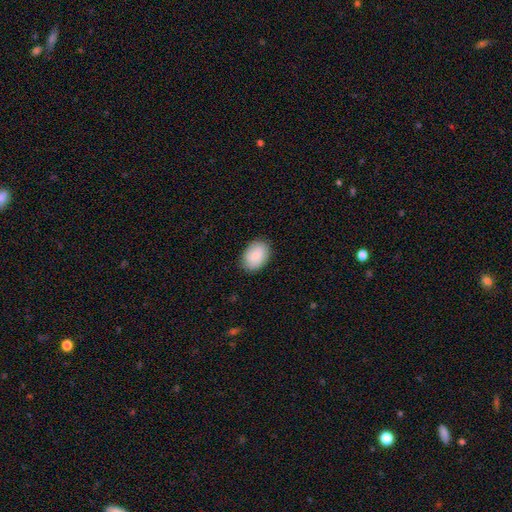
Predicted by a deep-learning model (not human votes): Smooth or featured?
  - smooth: 86% *
  - featured or disk: 7%
  - star or artifact: 6%
How rounded?
  - in between: 83% *
  - round: 16%
  - cigar-shaped: 1%
Merging?
  - none: 86% *
  - minor disturbance: 11%
  - major disturbance: 2%
  - merger: 1%